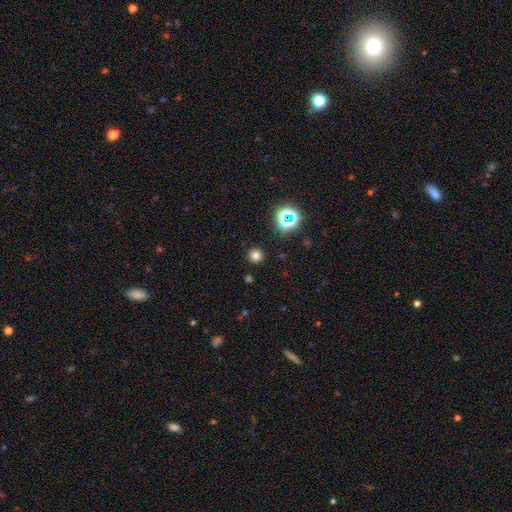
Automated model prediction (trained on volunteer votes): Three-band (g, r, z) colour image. It shows a smooth galaxy with no disk features (74%) that is round (95%). Merging: none (91%).